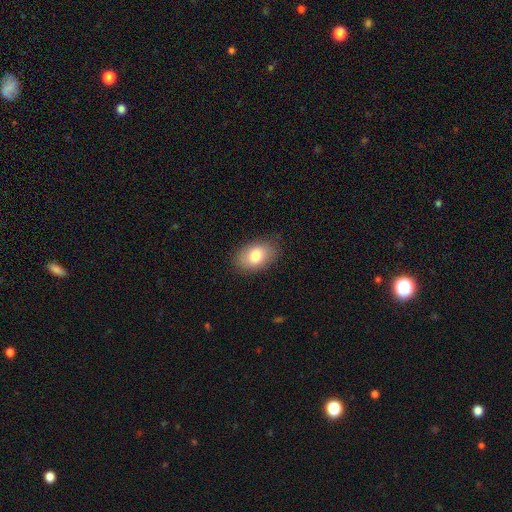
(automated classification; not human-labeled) A smooth galaxy with no disk features (80%) that is in between round and cigar-shaped (89%).

Vote fractions:
- Smooth or featured? smooth: 80% / featured or disk: 12% / star or artifact: 8%
- How rounded? in between: 89% / round: 10% / cigar-shaped: 1%
- Merging? none: 84% / minor disturbance: 13% / major disturbance: 3% / merger: 1%